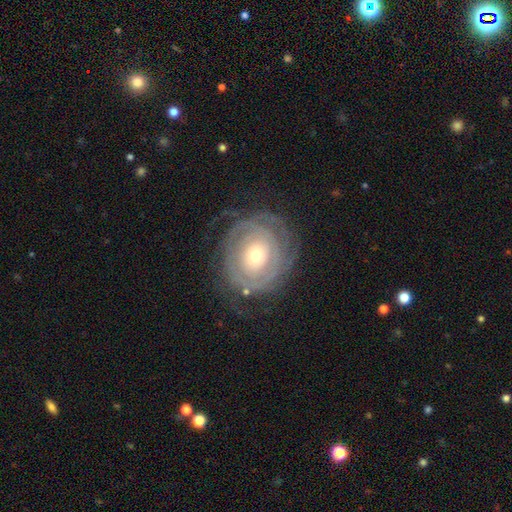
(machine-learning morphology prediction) A featured or disk galaxy (76%) with no bar (82%), tight (81%) spiral arms (82%) and a moderate central bulge (49%). Merging: none (73%).